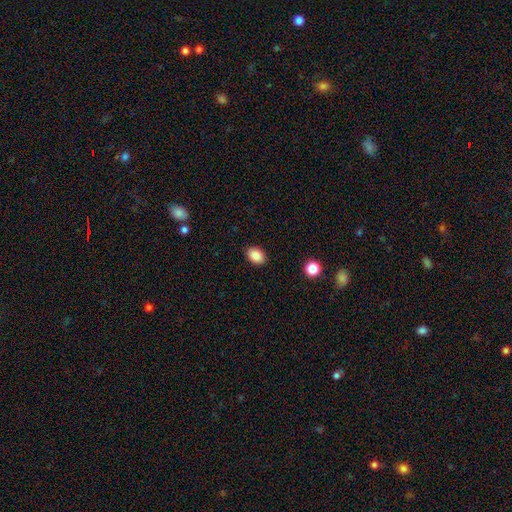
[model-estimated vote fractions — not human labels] A smooth galaxy with no disk features (87%) that is in between round and cigar-shaped (78%).

Vote fractions:
- Smooth or featured? smooth: 87% / star or artifact: 9% / featured or disk: 4%
- How rounded? in between: 78% / round: 21% / cigar-shaped: 1%
- Merging? none: 88% / minor disturbance: 8% / major disturbance: 2% / merger: 1%